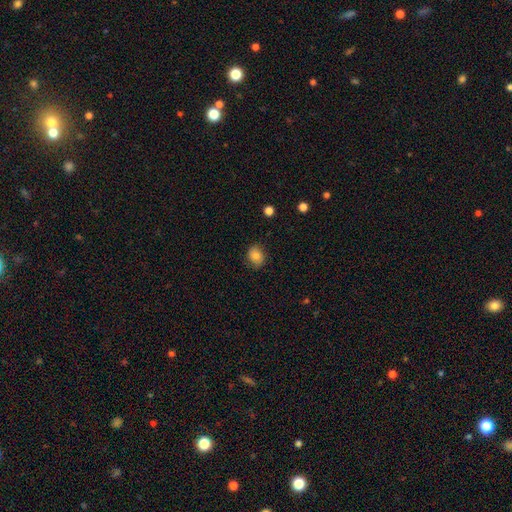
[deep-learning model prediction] Smooth or featured: smooth — 81% (featured or disk — 10%)
How rounded: round — 52% (in between — 47%)
Merging: none — 80% (minor disturbance — 15%)